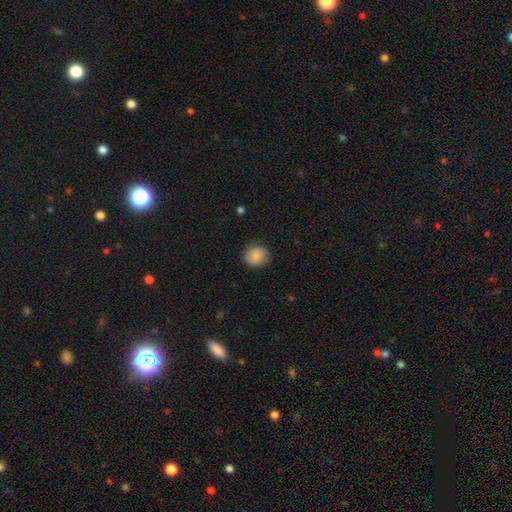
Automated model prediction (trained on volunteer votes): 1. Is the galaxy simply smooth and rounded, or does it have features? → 86% smooth, 8% star or artifact, 6% featured or disk.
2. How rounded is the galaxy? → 86% round, 14% in between, 1% cigar-shaped.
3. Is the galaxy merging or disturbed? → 86% none, 10% minor disturbance, 3% major disturbance, 1% merger.